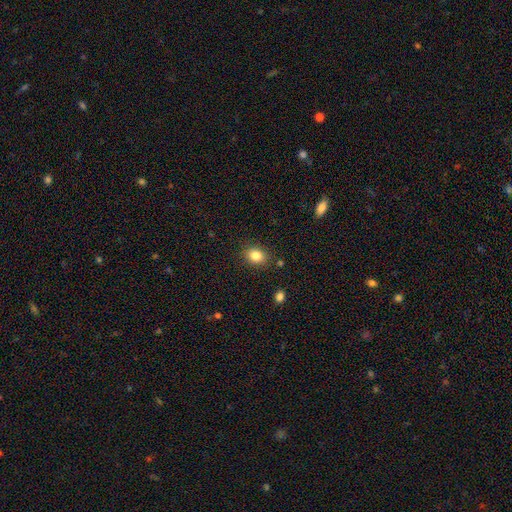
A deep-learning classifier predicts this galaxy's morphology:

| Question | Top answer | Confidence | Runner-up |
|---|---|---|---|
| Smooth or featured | smooth | 84% | star or artifact (10%) |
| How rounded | in between | 53% | round (46%) |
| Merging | none | 85% | minor disturbance (10%) |